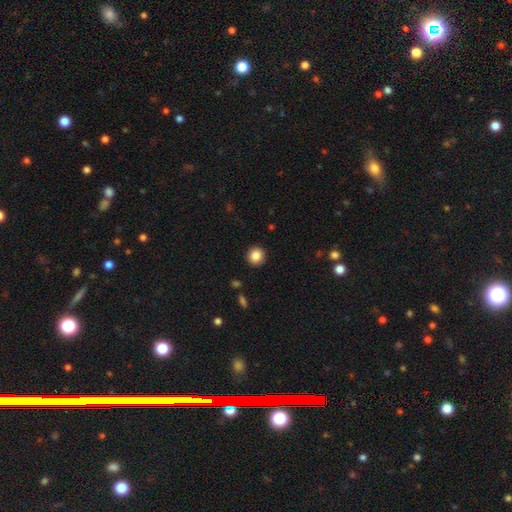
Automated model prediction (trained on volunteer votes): A smooth galaxy with no disk features (86%) that is round (94%). Merging: none (92%).